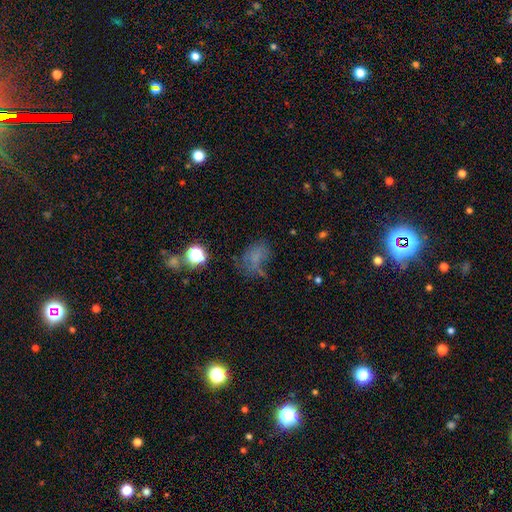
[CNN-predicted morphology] smooth_or_featured: smooth (p=0.51) [alt: star or artifact p=0.26]
how_rounded: in between (p=0.69) [alt: round p=0.29]
merging: none (p=0.45) [alt: major disturbance p=0.24]